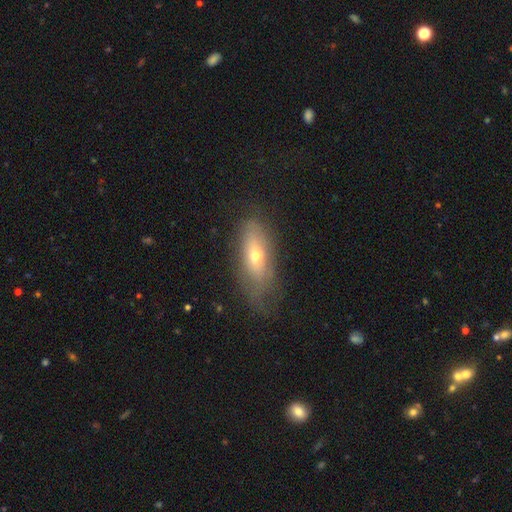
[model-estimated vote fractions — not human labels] Q: Smooth or featured?
A: smooth (55%); runner-up: featured or disk (36%)
Q: How rounded?
A: in between (71%); runner-up: cigar-shaped (25%)
Q: Merging?
A: none (56%); runner-up: minor disturbance (26%)